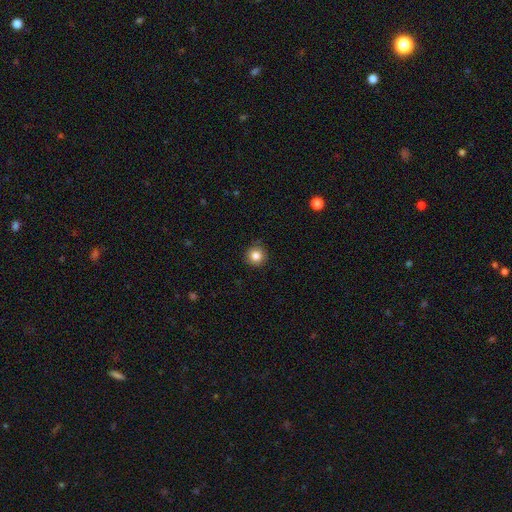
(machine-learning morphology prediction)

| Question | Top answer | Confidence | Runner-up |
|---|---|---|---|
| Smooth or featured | smooth | 84% | star or artifact (11%) |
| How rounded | round | 95% | in between (4%) |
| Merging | none | 91% | minor disturbance (7%) |